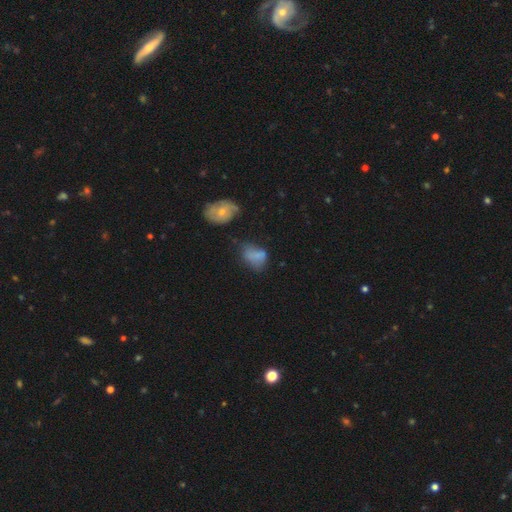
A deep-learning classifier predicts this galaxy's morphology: The model was most divided on "merging": none: 38%, minor disturbance: 30%, major disturbance: 19%, merger: 13%. More confident: how rounded — in between (79%); smooth or featured — smooth (68%).